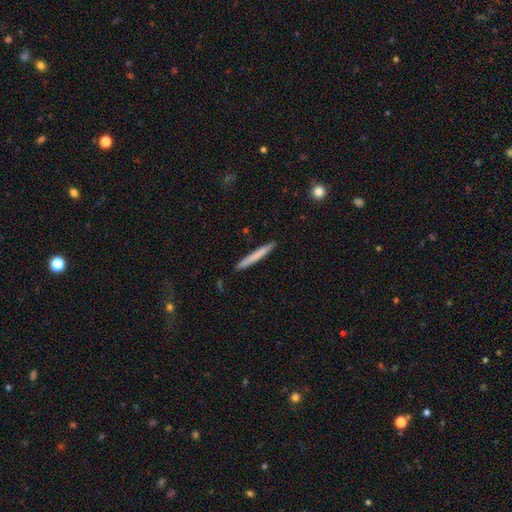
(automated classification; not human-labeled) A smooth galaxy with no disk features (70%) that is cigar-shaped (97%). Merging: none (92%).